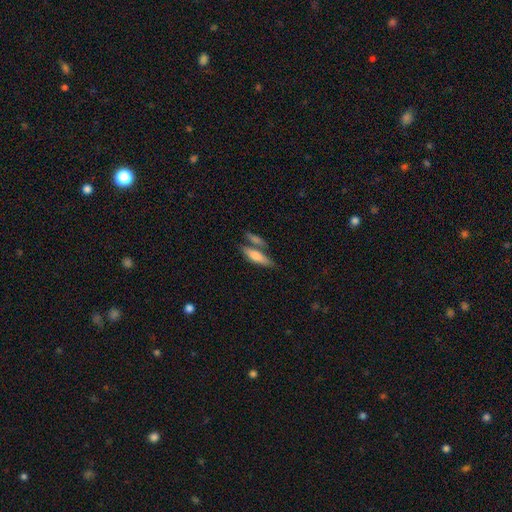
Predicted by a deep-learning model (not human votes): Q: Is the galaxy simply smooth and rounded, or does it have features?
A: smooth — 64%.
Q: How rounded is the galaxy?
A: cigar-shaped — 63%.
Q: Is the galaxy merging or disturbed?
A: none — 55%.